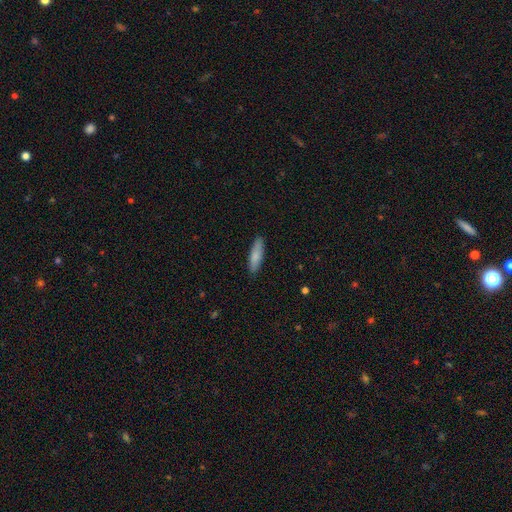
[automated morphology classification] The model was most divided on "how rounded": cigar-shaped: 66%, in between: 32%, round: 2%. More confident: merging — none (88%); smooth or featured — smooth (82%).